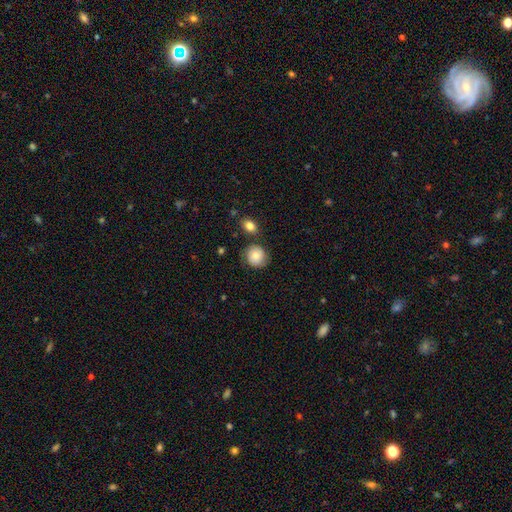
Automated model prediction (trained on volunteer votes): The model was most divided on "merging": none: 74%, minor disturbance: 16%, merger: 6%, major disturbance: 4%. More confident: how rounded — round (88%); smooth or featured — smooth (79%).